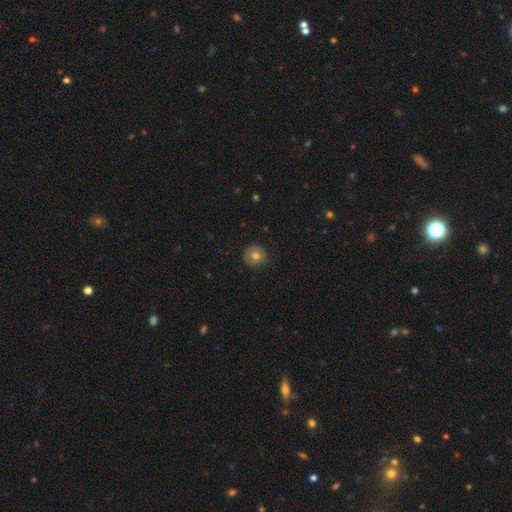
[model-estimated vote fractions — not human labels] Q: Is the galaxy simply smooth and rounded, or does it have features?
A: smooth — 73%.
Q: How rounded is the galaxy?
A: round — 93%.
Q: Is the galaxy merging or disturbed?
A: none — 87%.